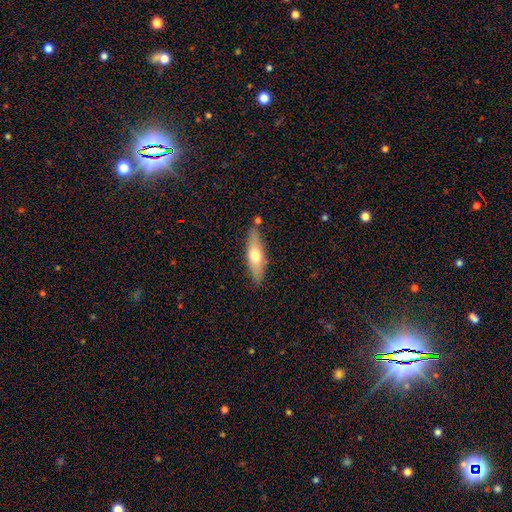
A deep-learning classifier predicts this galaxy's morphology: smooth-or-featured: smooth: 56% | featured or disk: 38% | star or artifact: 6%
  how-rounded: cigar-shaped: 56% | in between: 41% | round: 2%
  merging: none: 80% | minor disturbance: 13% | merger: 5% | major disturbance: 3%